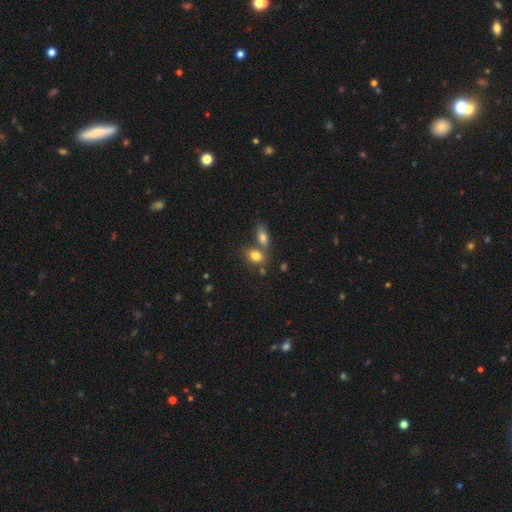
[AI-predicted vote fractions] Morphology: type=smooth (80%); roundness=in between (77%); merging=merger (45%).